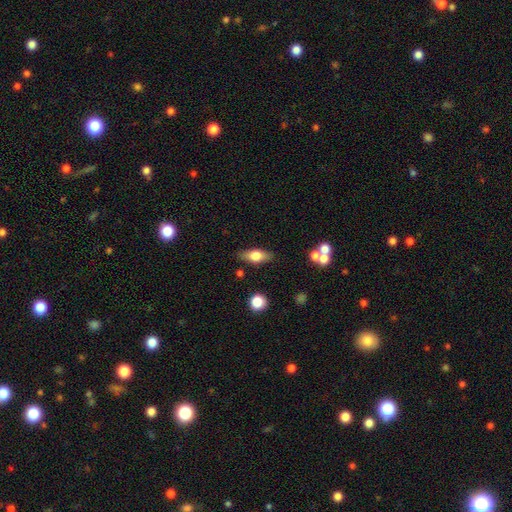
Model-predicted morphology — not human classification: Overall: smooth (61%; featured or disk 31%). How rounded: in between (74%). Merging: none (82%).